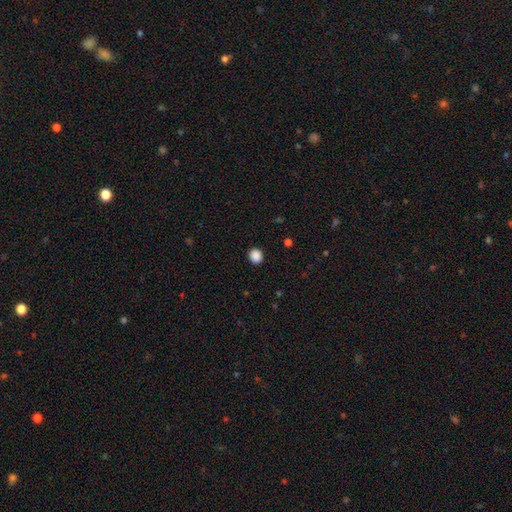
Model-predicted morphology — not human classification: smooth-or-featured: smooth: 88% | star or artifact: 10% | featured or disk: 2%
  how-rounded: round: 80% | in between: 20% | cigar-shaped: 1%
  merging: none: 91% | minor disturbance: 6% | major disturbance: 2% | merger: 1%